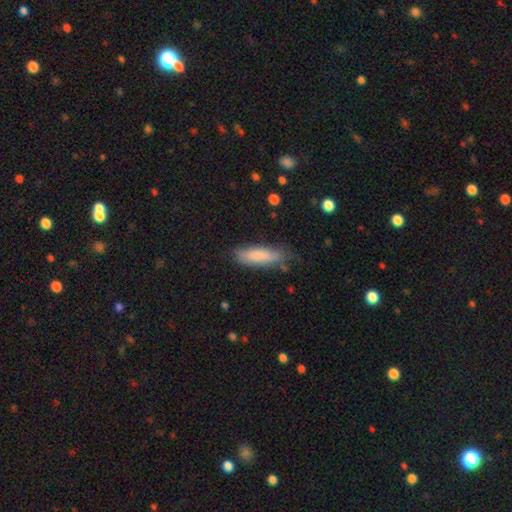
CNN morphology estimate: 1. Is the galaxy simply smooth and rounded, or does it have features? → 81% smooth, 13% featured or disk, 6% star or artifact.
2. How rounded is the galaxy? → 56% cigar-shaped, 43% in between, 2% round.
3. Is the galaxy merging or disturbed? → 74% none, 20% minor disturbance, 5% major disturbance, 2% merger.